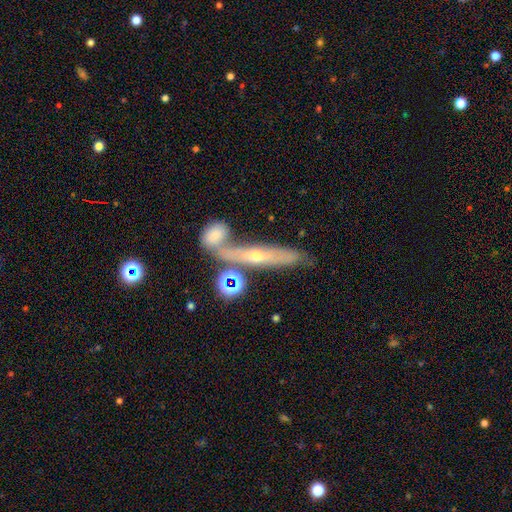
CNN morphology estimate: Q: Smooth or featured?
A: featured or disk (64%); runner-up: smooth (24%)
Q: Edge-on disk?
A: yes (73%); runner-up: no (27%)
Q: Merging?
A: none (51%); runner-up: merger (30%)